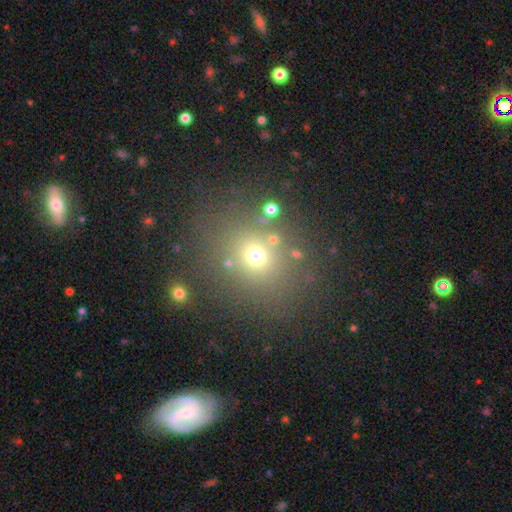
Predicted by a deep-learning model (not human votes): smooth 64%, star or artifact 25%, featured or disk 11%. Down the decision tree: how rounded — round (72%); merging — none (77%).